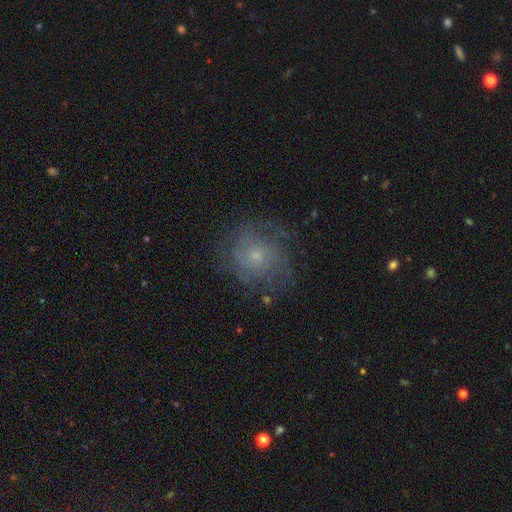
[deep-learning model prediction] Q: Smooth or featured?
A: featured or disk (61%); runner-up: smooth (26%)
Q: Edge-on disk?
A: no (97%); runner-up: yes (3%)
Q: Bar?
A: no (82%); runner-up: weak (15%)
Q: Spiral arms?
A: yes (83%); runner-up: no (17%)
Q: Bulge size?
A: small (68%); runner-up: moderate (24%)
Q: Merging?
A: none (71%); runner-up: minor disturbance (17%)